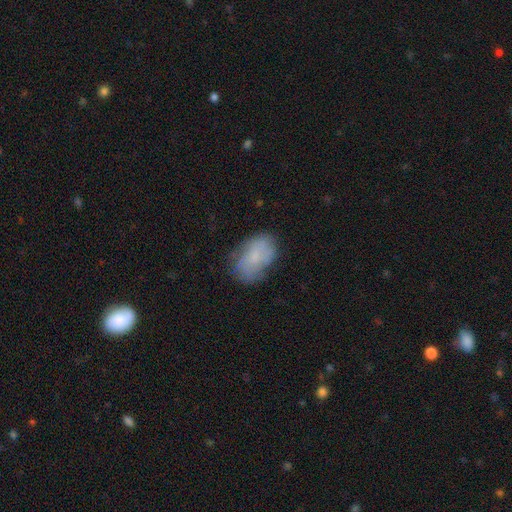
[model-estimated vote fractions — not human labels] This is likely a smooth galaxy (62%). How rounded: clearly in between (88%). Merging: likely none (63%).